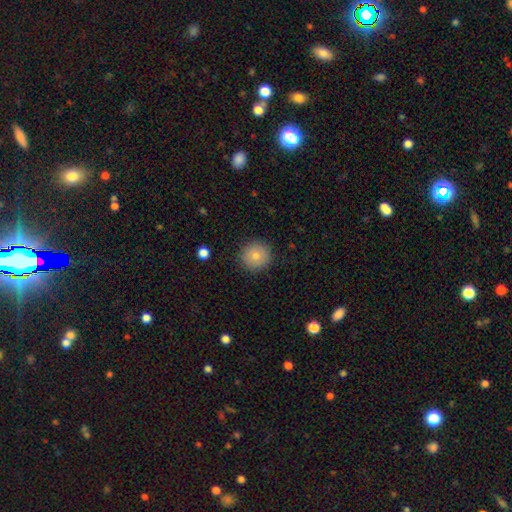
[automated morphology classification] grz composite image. It shows a smooth galaxy with no disk features (79%) that is round (94%). Merging: none (90%).